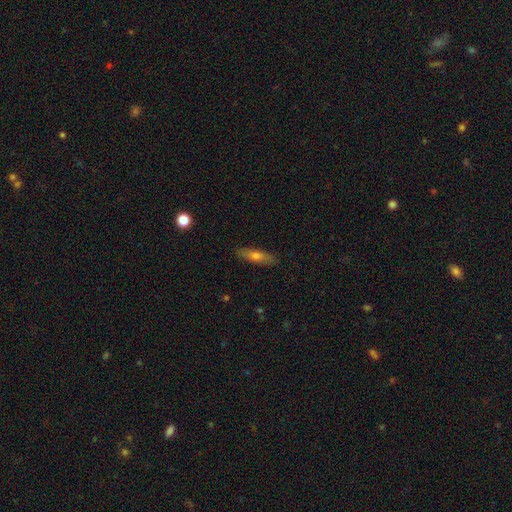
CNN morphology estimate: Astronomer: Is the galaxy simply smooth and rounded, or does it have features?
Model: smooth — 64%.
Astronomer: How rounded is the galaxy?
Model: cigar-shaped — 63%.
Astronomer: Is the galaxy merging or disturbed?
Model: none — 87%.